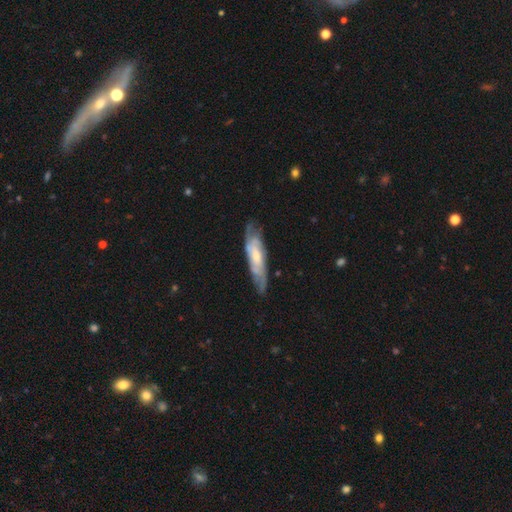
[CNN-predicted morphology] Q: Smooth or featured?
A: featured or disk (72%); runner-up: smooth (23%)
Q: Edge-on disk?
A: no (71%); runner-up: yes (29%)
Q: Bar?
A: no (60%); runner-up: weak (32%)
Q: Spiral arms?
A: yes (87%); runner-up: no (13%)
Q: Bulge size?
A: small (47%); runner-up: moderate (43%)
Q: Merging?
A: none (69%); runner-up: minor disturbance (23%)